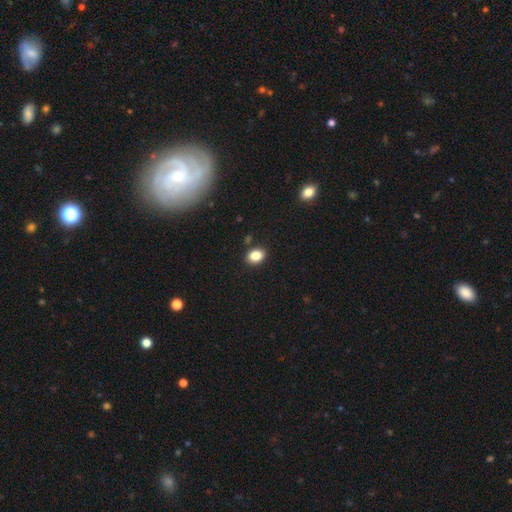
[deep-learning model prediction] smooth 85%, star or artifact 9%, featured or disk 6%. Down the decision tree: how rounded — in between (69%); merging — none (88%).